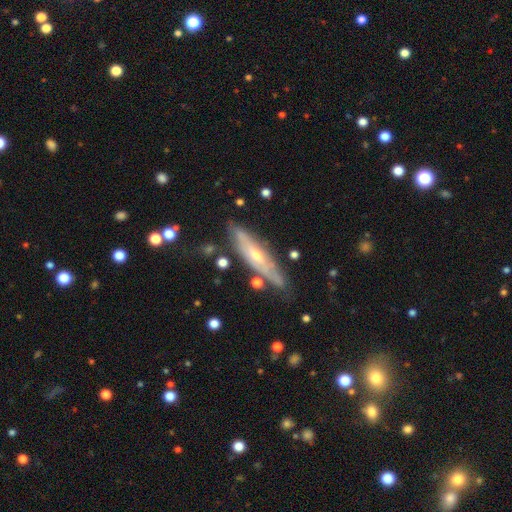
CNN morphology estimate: A featured or disk galaxy (68%) viewed edge-on (63%).

Vote fractions:
- Smooth or featured? featured or disk: 68% / smooth: 25% / star or artifact: 7%
- Edge-on disk? yes: 63% / no: 37%
- Merging? none: 77% / minor disturbance: 16% / merger: 4% / major disturbance: 3%